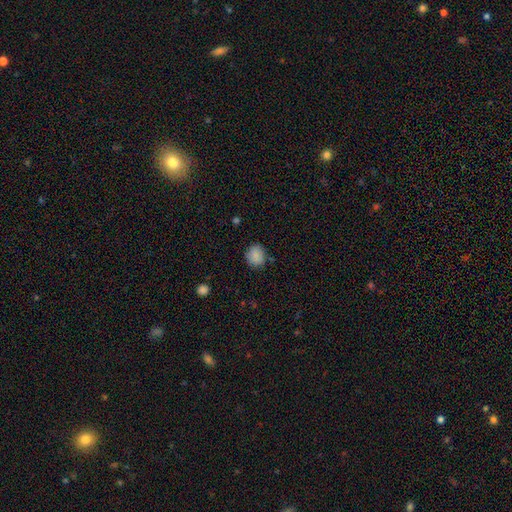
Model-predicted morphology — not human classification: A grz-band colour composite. It shows a smooth galaxy with no disk features (86%) that is round (74%). Merging: none (79%).